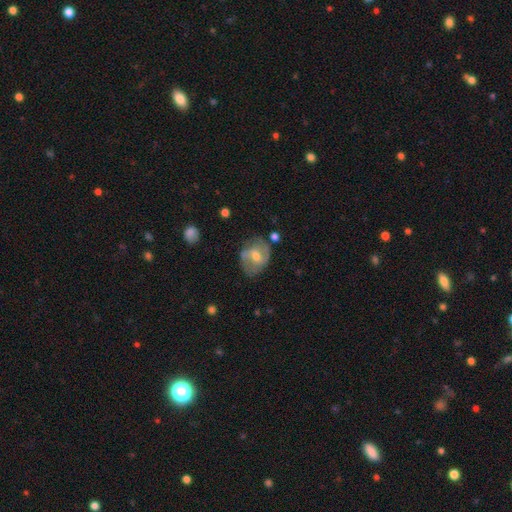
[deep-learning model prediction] Smooth or featured? Predicted: featured or disk (p=0.62). Edge-on disk? Predicted: no (p=0.96). Bar? Predicted: weak (p=0.50). Spiral arms? Predicted: yes (p=0.75). Bulge size? Predicted: moderate (p=0.66). Merging? Predicted: none (p=0.64).